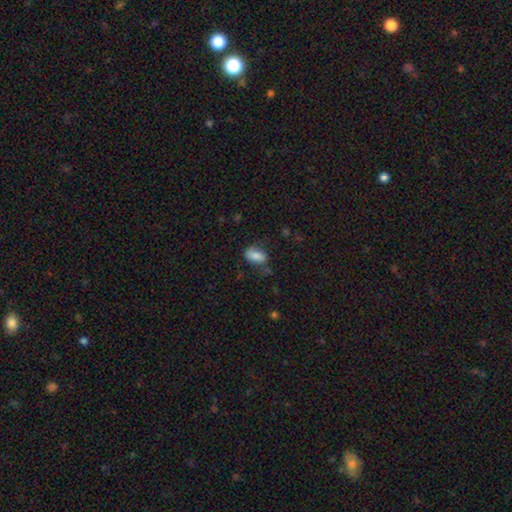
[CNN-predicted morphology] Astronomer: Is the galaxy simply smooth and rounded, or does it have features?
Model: smooth — 79%.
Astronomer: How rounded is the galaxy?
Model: in between — 89%.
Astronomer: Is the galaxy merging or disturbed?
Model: none — 56%.